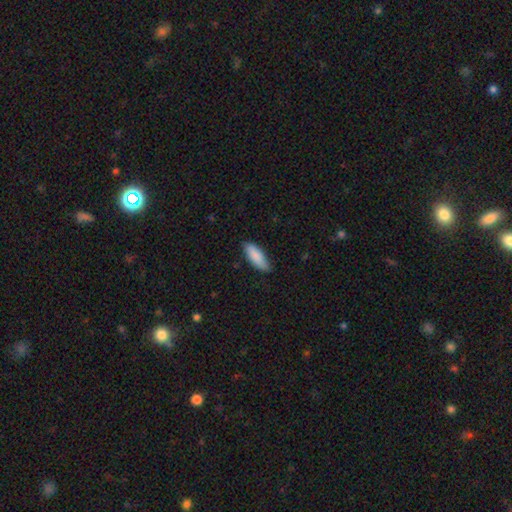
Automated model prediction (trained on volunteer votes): Smooth or featured? smooth (88%)
How rounded? in between (67%)
Merging? none (81%)